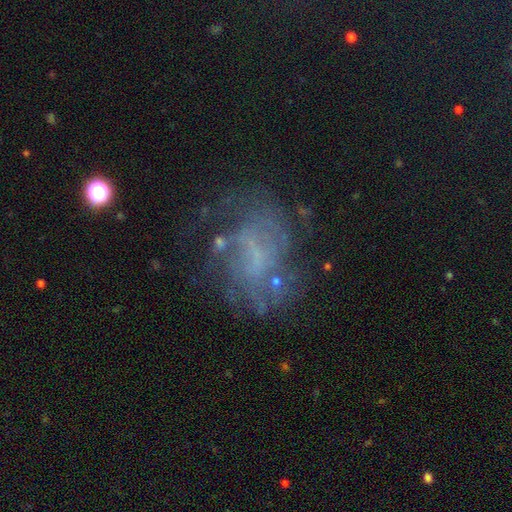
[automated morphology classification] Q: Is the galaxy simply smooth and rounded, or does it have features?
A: featured or disk — 56%.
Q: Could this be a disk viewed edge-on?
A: no — 97%.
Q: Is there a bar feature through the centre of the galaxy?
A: no — 63%.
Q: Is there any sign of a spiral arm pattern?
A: no — 52%.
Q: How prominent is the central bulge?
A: none — 62%.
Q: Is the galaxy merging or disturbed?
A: none — 50%.